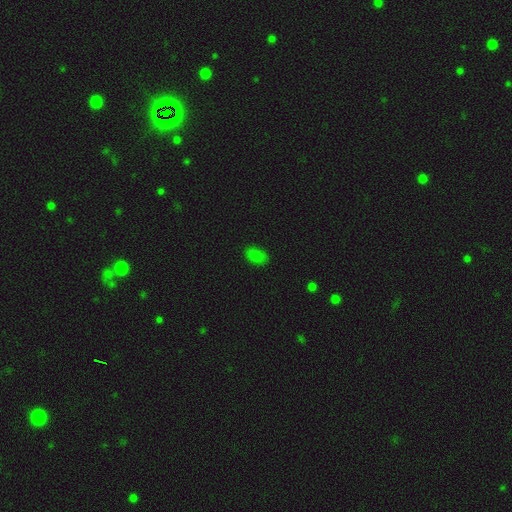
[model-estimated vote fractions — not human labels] A smooth galaxy with no disk features (81%) that is in between round and cigar-shaped (89%). Merging: none (83%).